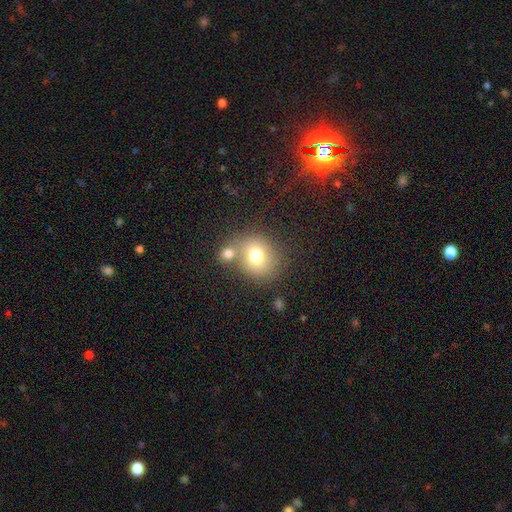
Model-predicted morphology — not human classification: Smooth or featured? Predicted: smooth (p=0.74). How rounded? Predicted: round (p=0.78). Merging? Predicted: none (p=0.53).